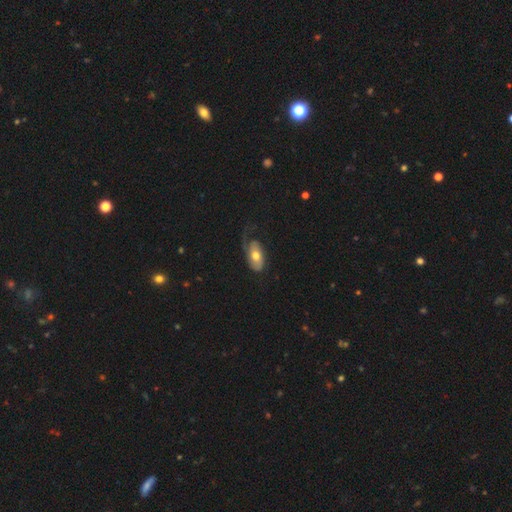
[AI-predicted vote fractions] This is possibly a featured or disk galaxy (50%). Merging: marginally none (39%).